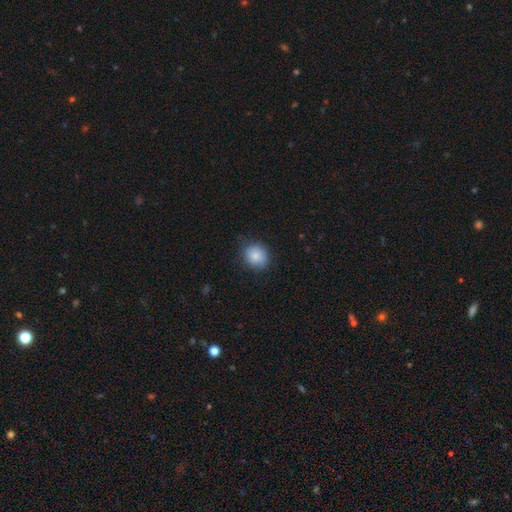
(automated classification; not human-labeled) Smooth or featured? Predicted: smooth (p=0.86). How rounded? Predicted: round (p=0.74). Merging? Predicted: none (p=0.77).